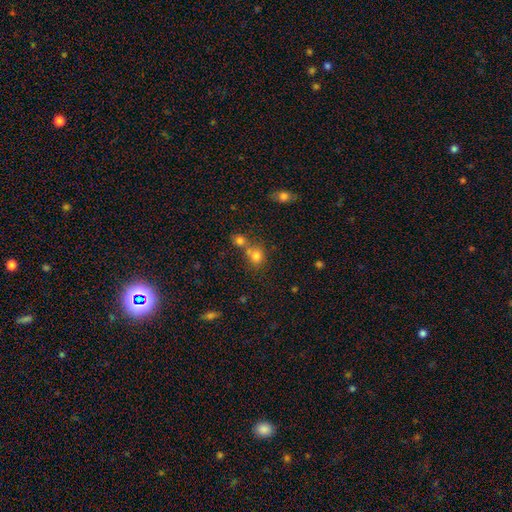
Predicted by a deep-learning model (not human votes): smooth_or_featured: smooth (p=0.76) [alt: star or artifact p=0.14]
how_rounded: round (p=0.74) [alt: in between p=0.25]
merging: merger (p=0.44) [tied with: none p=0.44]